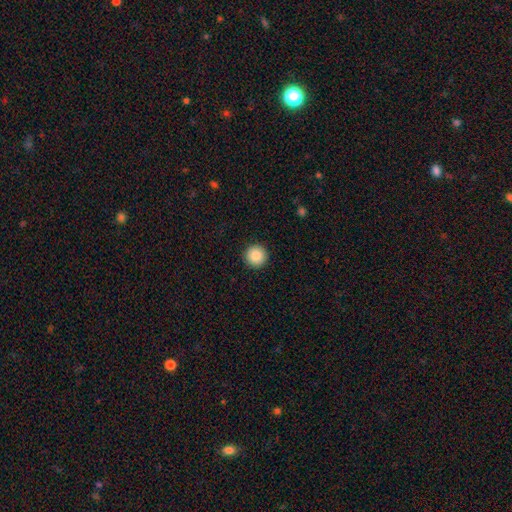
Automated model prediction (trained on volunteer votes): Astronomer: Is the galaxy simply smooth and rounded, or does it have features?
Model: smooth — 88%.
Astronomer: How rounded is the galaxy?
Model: round — 96%.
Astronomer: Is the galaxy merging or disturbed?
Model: none — 93%.